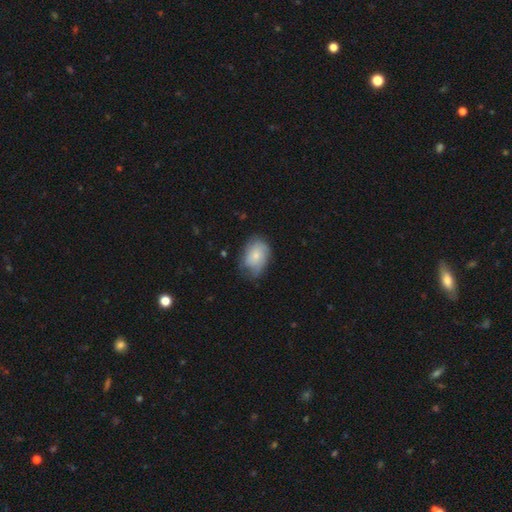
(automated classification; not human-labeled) Smooth or featured?
  - smooth: 68% *
  - featured or disk: 25%
  - star or artifact: 7%
How rounded?
  - in between: 80% *
  - round: 19%
  - cigar-shaped: 1%
Merging?
  - none: 54% *
  - minor disturbance: 33%
  - major disturbance: 11%
  - merger: 1%